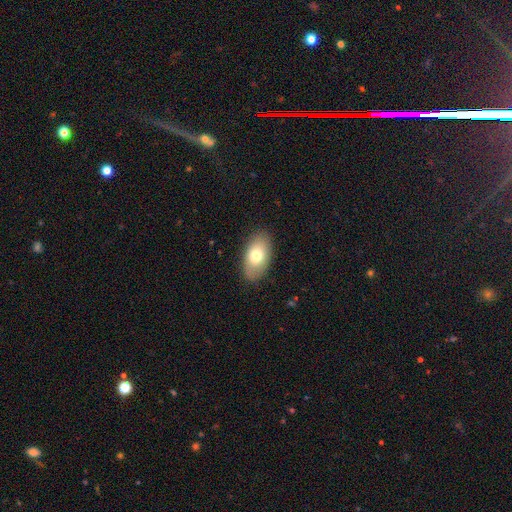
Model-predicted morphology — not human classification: The model was most divided on "smooth or featured": smooth: 71%, featured or disk: 19%, star or artifact: 10%. More confident: how rounded — in between (93%); merging — none (88%).